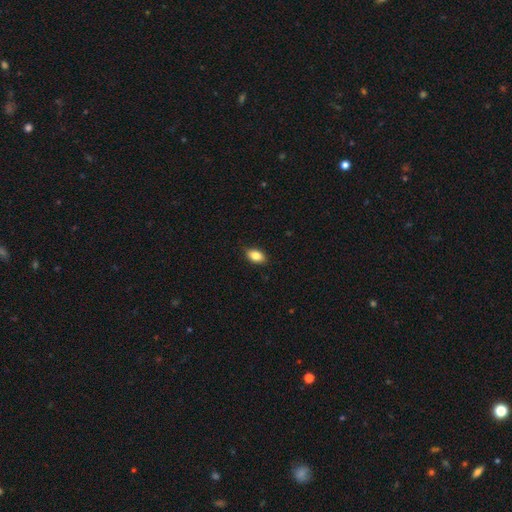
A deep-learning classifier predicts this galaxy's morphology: smooth_or_featured: smooth (p=0.84) [alt: featured or disk p=0.08]
how_rounded: in between (p=0.88) [alt: round p=0.10]
merging: none (p=0.86) [alt: minor disturbance p=0.11]